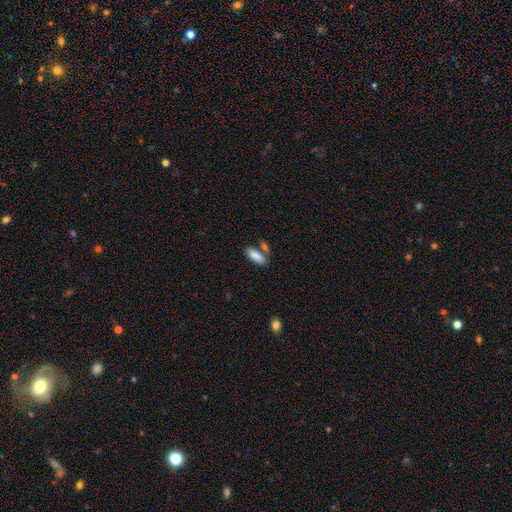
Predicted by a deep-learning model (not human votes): Smooth or featured?
  - smooth: 86% *
  - featured or disk: 7%
  - star or artifact: 7%
How rounded?
  - in between: 76% *
  - cigar-shaped: 22%
  - round: 2%
Merging?
  - none: 62% *
  - merger: 21%
  - minor disturbance: 13%
  - major disturbance: 4%